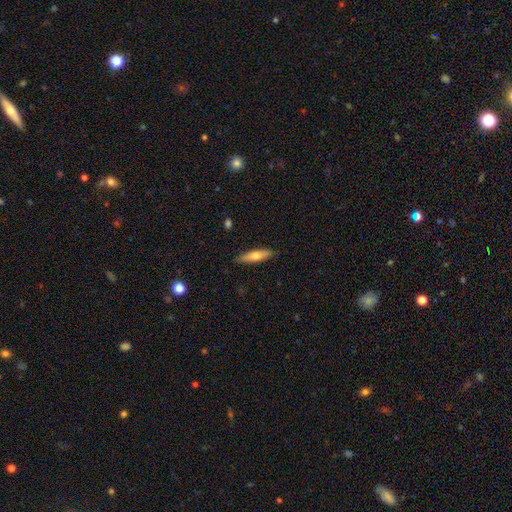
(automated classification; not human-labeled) Smooth or featured? smooth (61%)
How rounded? cigar-shaped (76%)
Merging? none (87%)